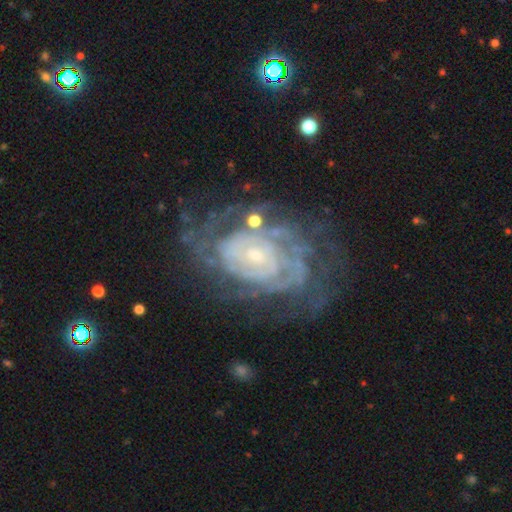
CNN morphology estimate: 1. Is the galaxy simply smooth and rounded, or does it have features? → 87% featured or disk, 7% smooth, 6% star or artifact.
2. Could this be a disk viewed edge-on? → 97% no, 3% yes.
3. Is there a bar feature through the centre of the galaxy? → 67% no, 25% weak, 7% strong.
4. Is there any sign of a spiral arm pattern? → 95% yes, 5% no.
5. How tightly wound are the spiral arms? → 77% tight, 19% medium, 4% loose.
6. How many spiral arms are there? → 40% can't tell, 20% 2, 14% 3, 12% 4, 8% more than 4, 6% 1.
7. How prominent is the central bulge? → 69% small, 24% moderate, 3% none, 2% large, 1% dominant.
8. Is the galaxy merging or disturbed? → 65% none, 20% minor disturbance, 12% major disturbance, 3% merger.